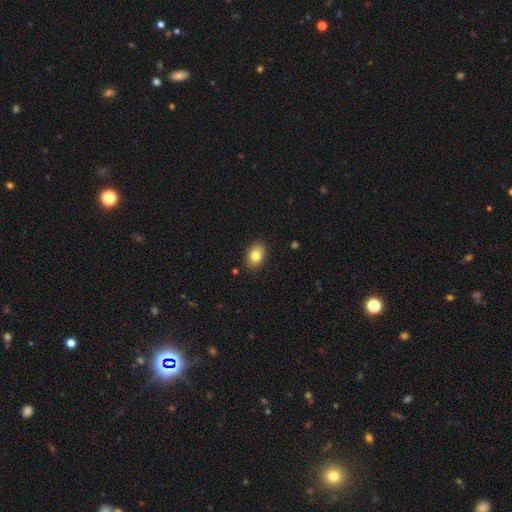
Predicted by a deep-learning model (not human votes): smooth-or-featured: smooth: 82% | featured or disk: 9% | star or artifact: 8%
  how-rounded: in between: 80% | round: 19% | cigar-shaped: 1%
  merging: none: 88% | minor disturbance: 9% | major disturbance: 2% | merger: 1%